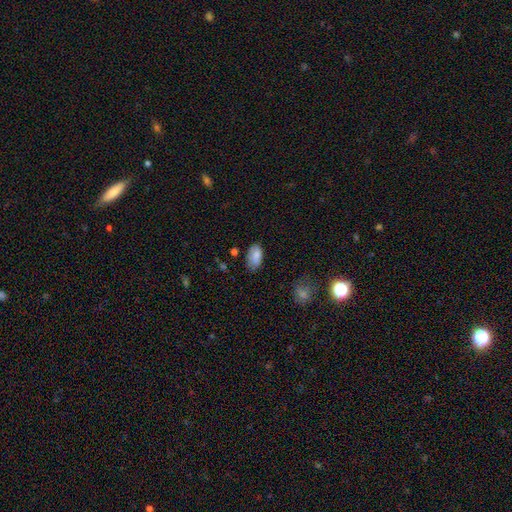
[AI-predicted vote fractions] Q: Smooth or featured?
A: smooth (83%); runner-up: featured or disk (10%)
Q: How rounded?
A: in between (94%); runner-up: round (3%)
Q: Merging?
A: none (70%); runner-up: minor disturbance (24%)